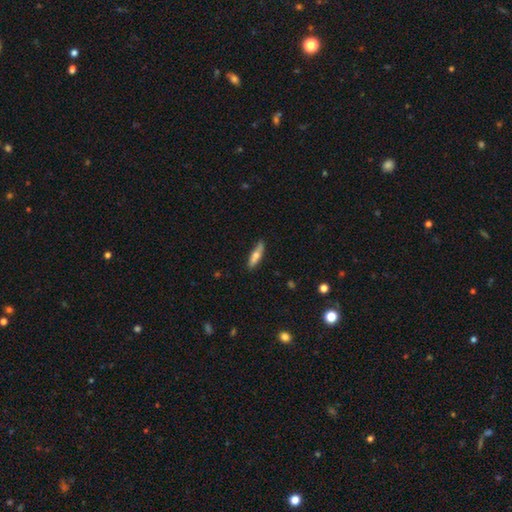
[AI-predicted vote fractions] Smooth or featured? Predicted: smooth (p=0.58). How rounded? Predicted: cigar-shaped (p=0.70). Merging? Predicted: none (p=0.81).